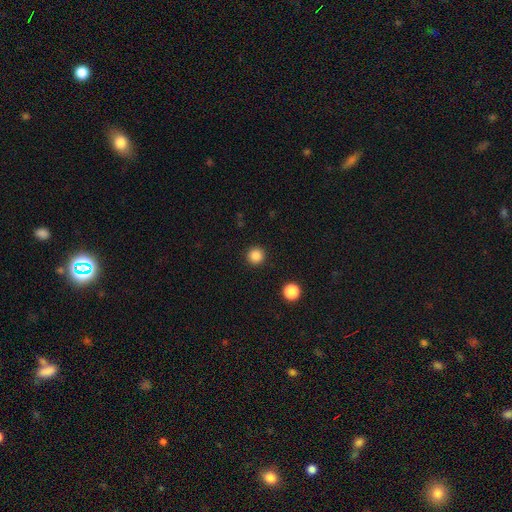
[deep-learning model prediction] Smooth or featured?
  - smooth: 86% *
  - star or artifact: 11%
  - featured or disk: 3%
How rounded?
  - round: 96% *
  - in between: 3%
  - cigar-shaped: 1%
Merging?
  - none: 93% *
  - minor disturbance: 4%
  - major disturbance: 2%
  - merger: 1%